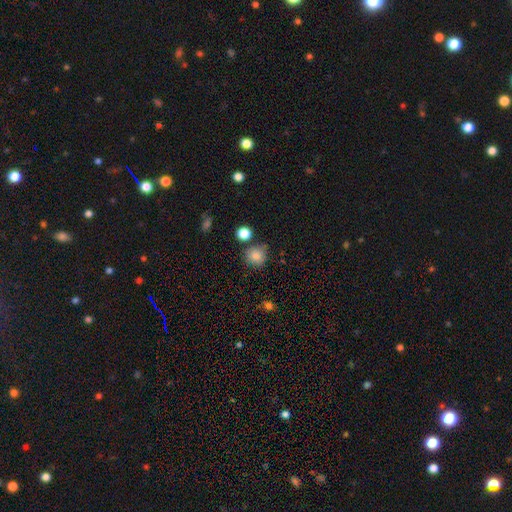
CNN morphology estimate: This is clearly a smooth galaxy (82%). How rounded: clearly round (90%). Merging: likely none (76%).